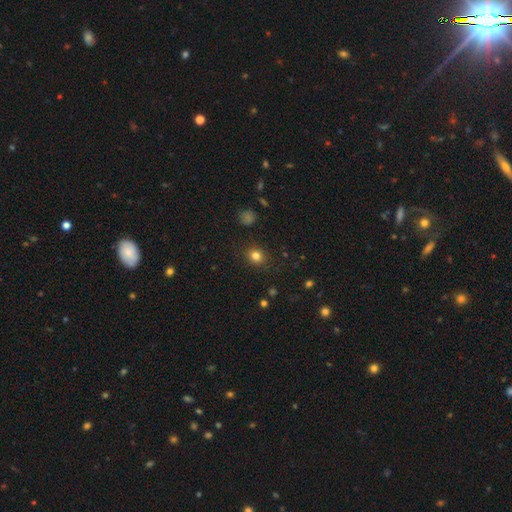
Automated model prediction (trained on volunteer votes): Smooth or featured: smooth — 80% (star or artifact — 14%)
How rounded: round — 78% (in between — 21%)
Merging: none — 88% (minor disturbance — 8%)